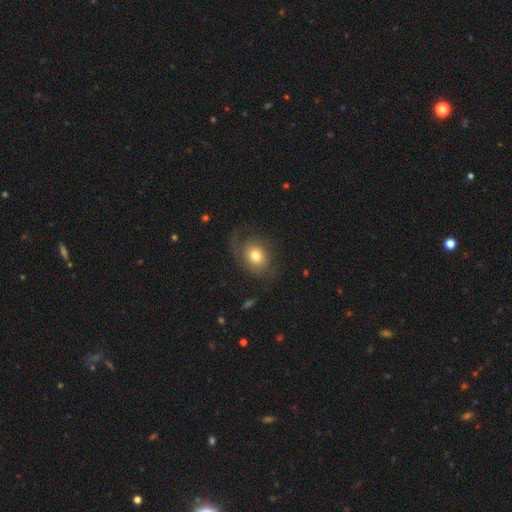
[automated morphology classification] smooth_or_featured: smooth (p=0.66) [alt: featured or disk p=0.25]
how_rounded: round (p=0.55) [alt: in between p=0.44]
merging: none (p=0.59) [alt: minor disturbance p=0.21]